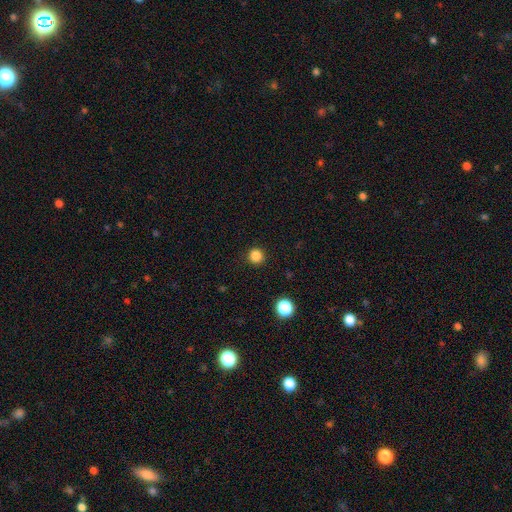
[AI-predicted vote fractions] Q: Smooth or featured?
A: smooth (85%); runner-up: star or artifact (12%)
Q: How rounded?
A: round (94%); runner-up: in between (5%)
Q: Merging?
A: none (91%); runner-up: minor disturbance (5%)